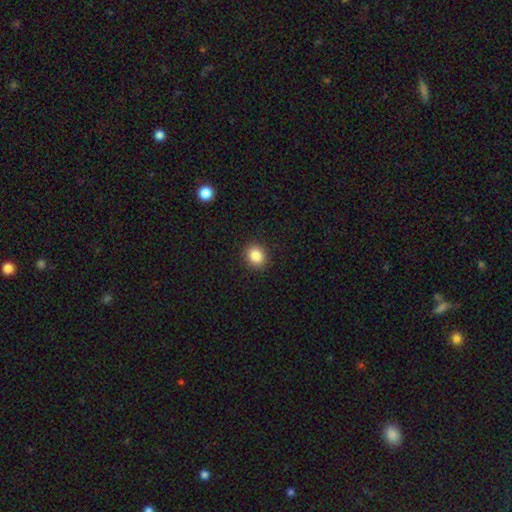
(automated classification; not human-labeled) smooth_or_featured: smooth (p=0.86) [alt: star or artifact p=0.10]
how_rounded: round (p=0.71) [alt: in between p=0.28]
merging: none (p=0.91) [alt: minor disturbance p=0.06]